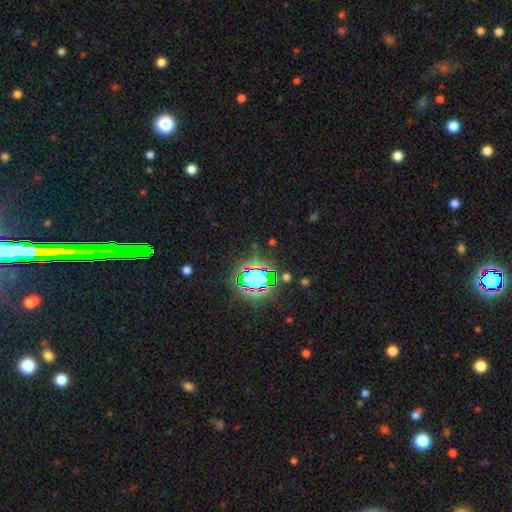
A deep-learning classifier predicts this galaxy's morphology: star or artifact 80%, smooth 12%, featured or disk 8%.